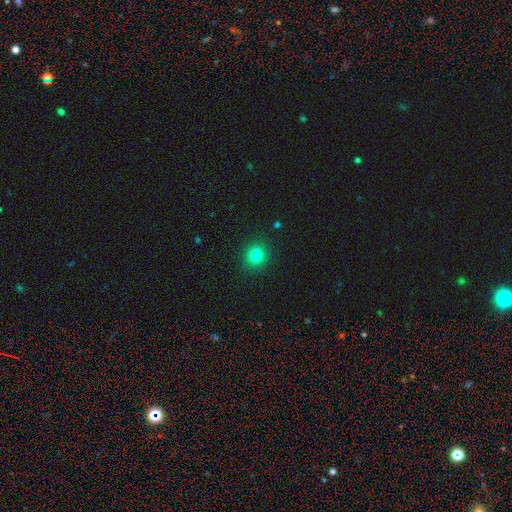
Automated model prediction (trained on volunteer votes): smooth-or-featured: smooth: 80% | star or artifact: 14% | featured or disk: 6%
  how-rounded: round: 78% | in between: 21% | cigar-shaped: 1%
  merging: none: 88% | minor disturbance: 8% | major disturbance: 2% | merger: 2%